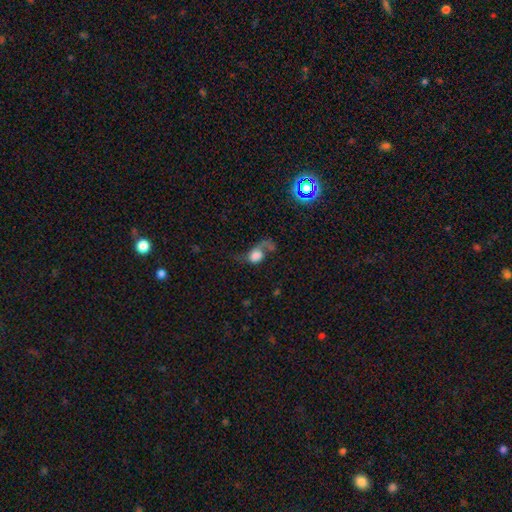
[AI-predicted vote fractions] The model was most divided on "smooth or featured": smooth: 48%, featured or disk: 40%, star or artifact: 12%. More confident: merging — major disturbance (54%).